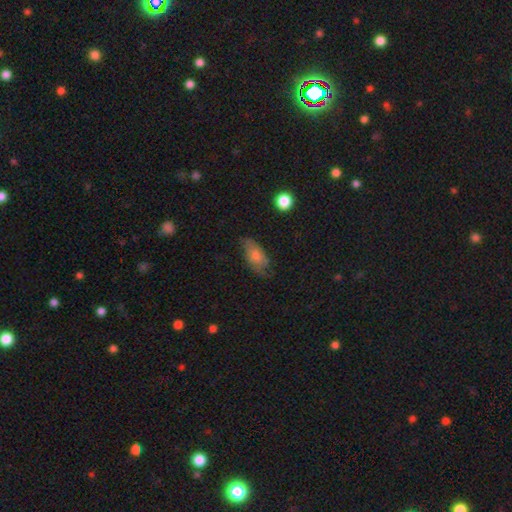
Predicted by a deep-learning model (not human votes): A smooth galaxy with no disk features (54%) that is in between round and cigar-shaped (87%). Merging: none (62%).